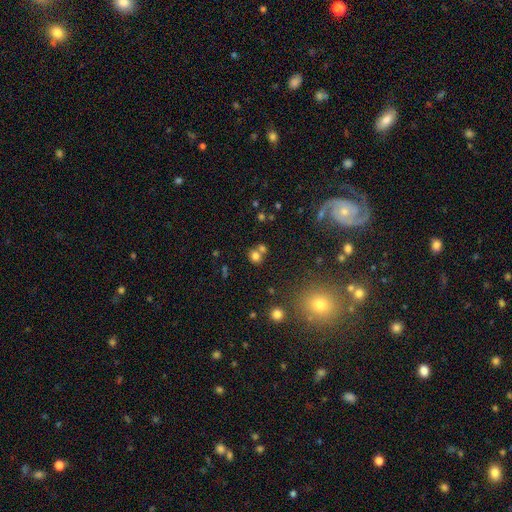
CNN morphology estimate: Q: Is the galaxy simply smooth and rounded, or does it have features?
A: smooth — 74%.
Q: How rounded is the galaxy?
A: round — 75%.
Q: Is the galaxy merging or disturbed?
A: none — 53%.